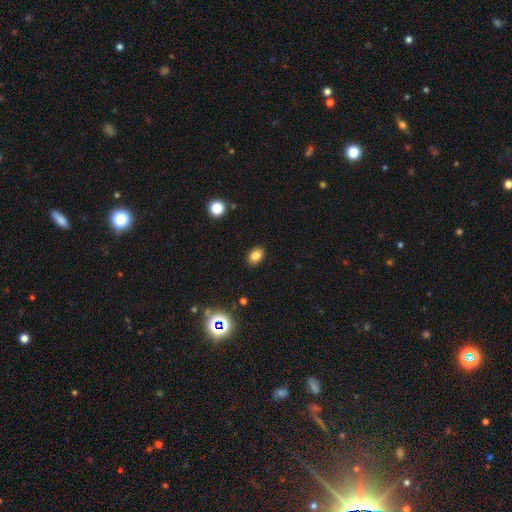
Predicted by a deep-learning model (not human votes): Q: Smooth or featured?
A: smooth (83%); runner-up: star or artifact (11%)
Q: How rounded?
A: in between (82%); runner-up: round (17%)
Q: Merging?
A: none (88%); runner-up: minor disturbance (9%)